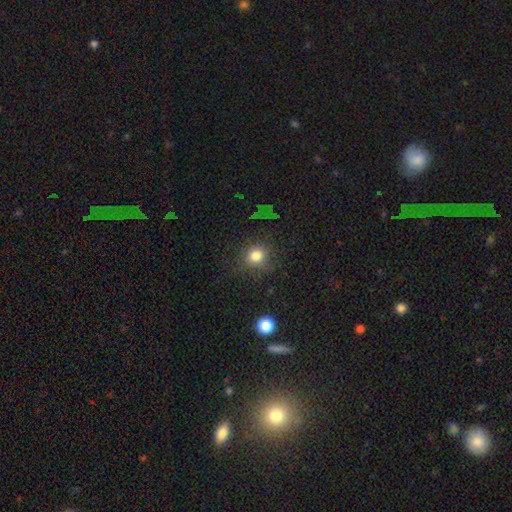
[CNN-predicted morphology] A smooth galaxy with no disk features (81%) that is round (80%).

Vote fractions:
- Smooth or featured? smooth: 81% / star or artifact: 13% / featured or disk: 6%
- How rounded? round: 80% / in between: 19% / cigar-shaped: 1%
- Merging? none: 78% / minor disturbance: 13% / major disturbance: 7% / merger: 2%